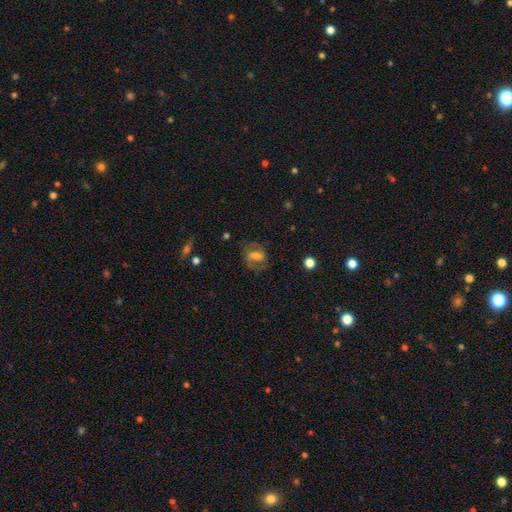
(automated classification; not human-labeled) A featured or disk galaxy (54%) with a weak bar (40%), spiral arms (73%) and a moderate central bulge (39%). Merging: none (67%).